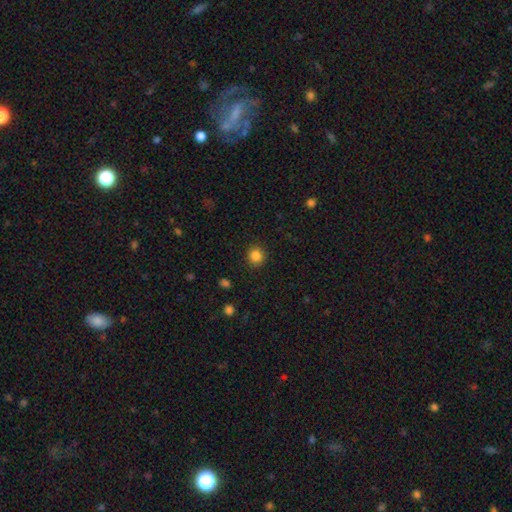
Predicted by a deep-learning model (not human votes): smooth-or-featured: smooth: 85% | star or artifact: 11% | featured or disk: 4%
  how-rounded: round: 90% | in between: 9% | cigar-shaped: 1%
  merging: none: 90% | minor disturbance: 6% | major disturbance: 2% | merger: 1%